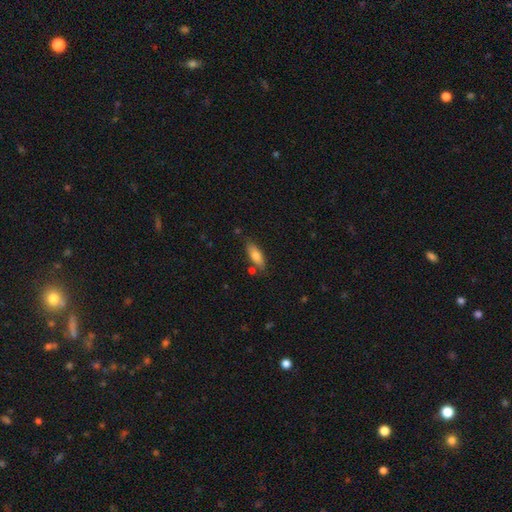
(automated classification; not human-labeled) smooth 76%, featured or disk 18%, star or artifact 7%. Down the decision tree: how rounded — in between (65%); merging — none (75%).